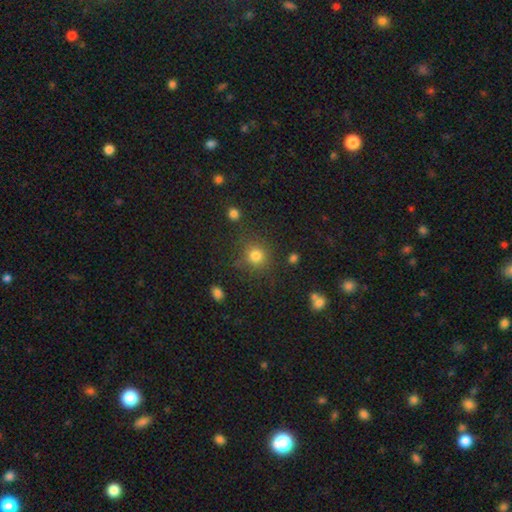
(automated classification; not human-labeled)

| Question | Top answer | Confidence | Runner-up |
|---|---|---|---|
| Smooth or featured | smooth | 79% | star or artifact (14%) |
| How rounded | round | 89% | in between (10%) |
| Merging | none | 81% | minor disturbance (10%) |